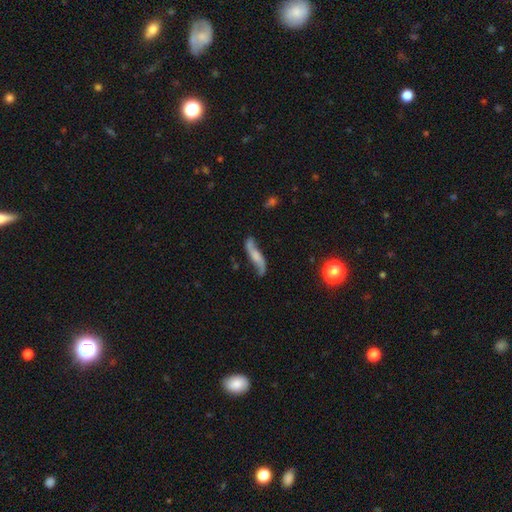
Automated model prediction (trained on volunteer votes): This appears to be a featured or disk galaxy (67%) with no bar (55%), spiral arms (92%) and no central bulge (39%). Merging: none (68%).